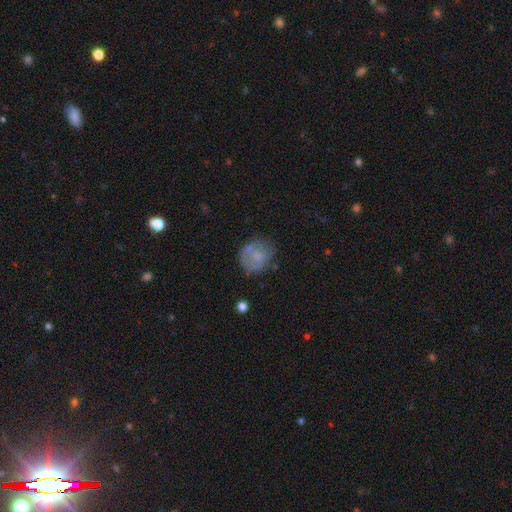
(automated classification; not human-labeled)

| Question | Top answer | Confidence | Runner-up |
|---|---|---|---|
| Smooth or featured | smooth | 62% | featured or disk (29%) |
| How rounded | round | 75% | in between (24%) |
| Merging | none | 56% | minor disturbance (25%) |